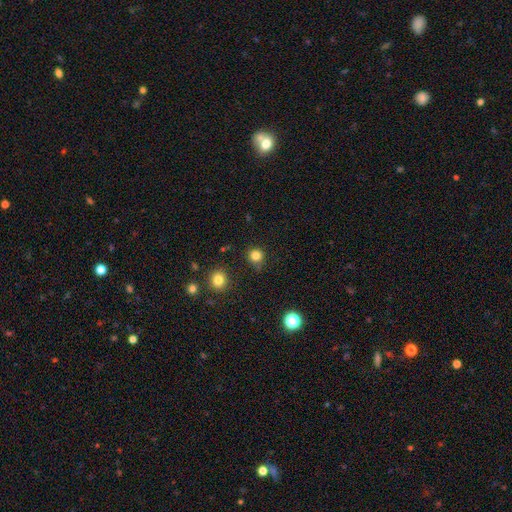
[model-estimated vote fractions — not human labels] This appears to be a smooth galaxy with no disk features (82%) that is round (92%). Merging: none (85%).